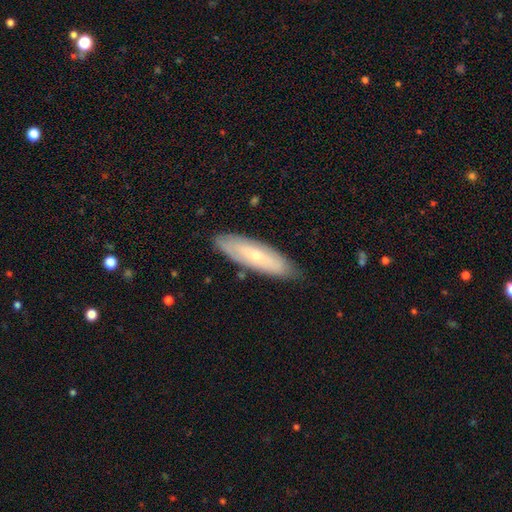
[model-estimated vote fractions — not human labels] smooth 48%, featured or disk 45%, star or artifact 6%. Down the decision tree: merging — none (82%).